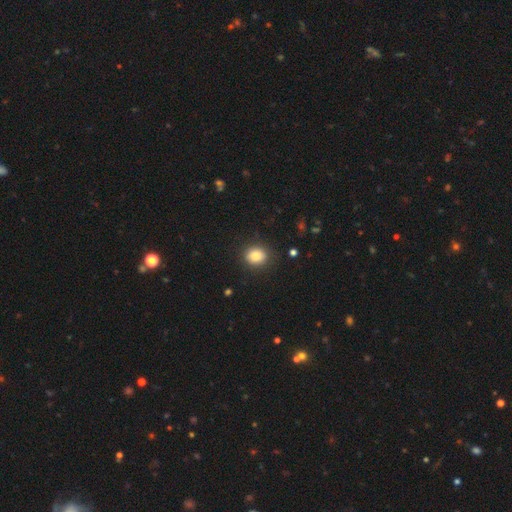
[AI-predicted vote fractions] Smooth or featured: smooth — 85% (star or artifact — 9%)
How rounded: round — 61% (in between — 38%)
Merging: none — 86% (minor disturbance — 10%)